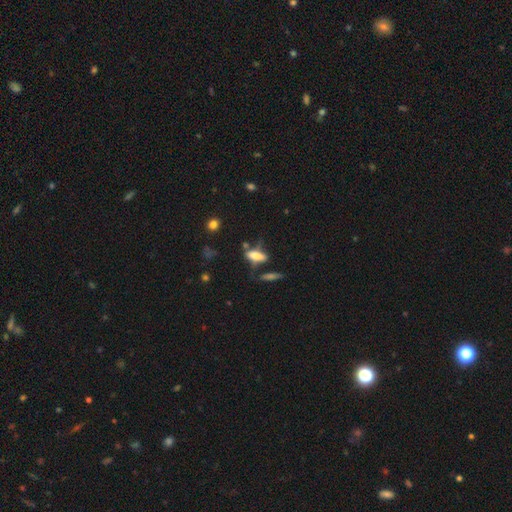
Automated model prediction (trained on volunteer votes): Overall: smooth (54%; featured or disk 36%). How rounded: in between (64%; cigar-shaped 32%). Merging: none (52%; minor disturbance 22%).